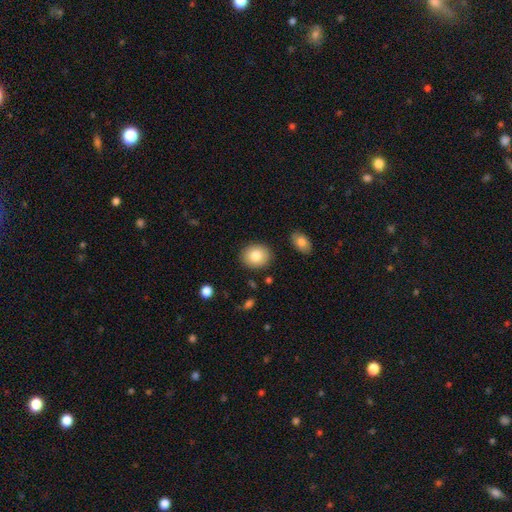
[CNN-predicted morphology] The model was most divided on "how rounded": round: 63%, in between: 36%, cigar-shaped: 1%. More confident: merging — none (87%); smooth or featured — smooth (82%).